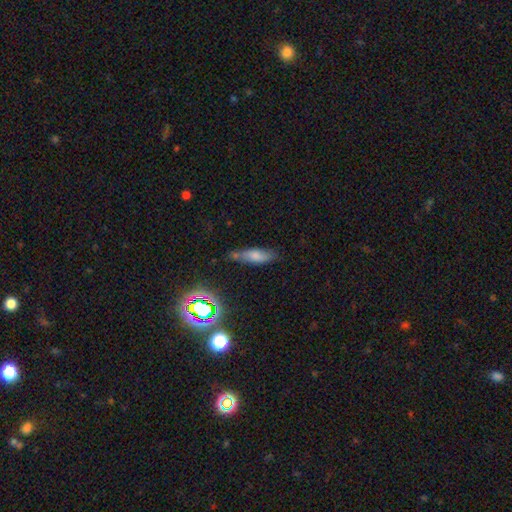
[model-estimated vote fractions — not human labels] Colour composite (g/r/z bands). It shows a smooth galaxy with no disk features (66%) that is in between round and cigar-shaped (49%). Merging: none (60%).